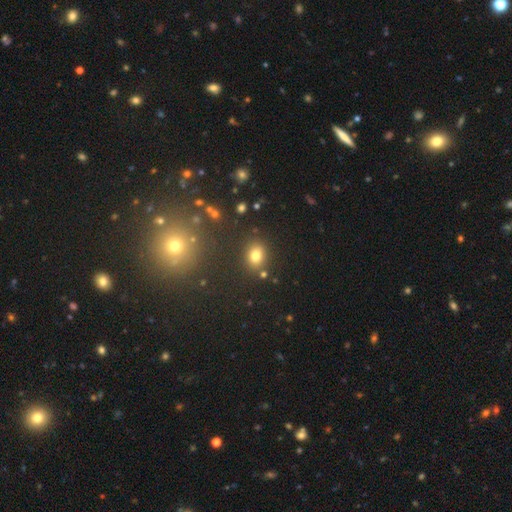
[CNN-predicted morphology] type=smooth (77%); roundness=in between (50%); merging=none (83%).